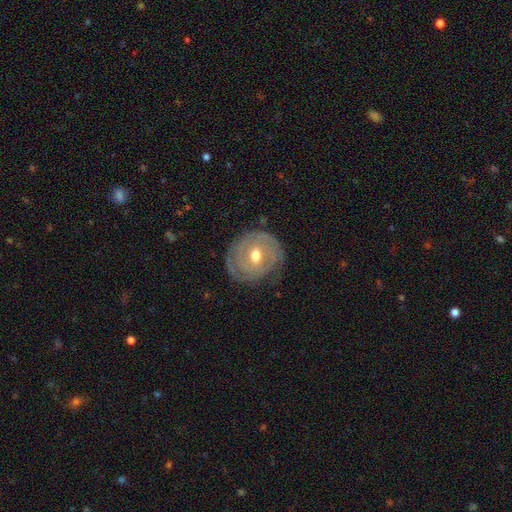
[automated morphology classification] Smooth or featured? Predicted: featured or disk (p=0.75). Edge-on disk? Predicted: no (p=0.96). Bar? Predicted: no (p=0.49). Spiral arms? Predicted: yes (p=0.79). Spiral winding? Predicted: tight (p=0.75). Spiral arm count? Predicted: can't tell (p=0.37). Bulge size? Predicted: moderate (p=0.77). Merging? Predicted: none (p=0.75).